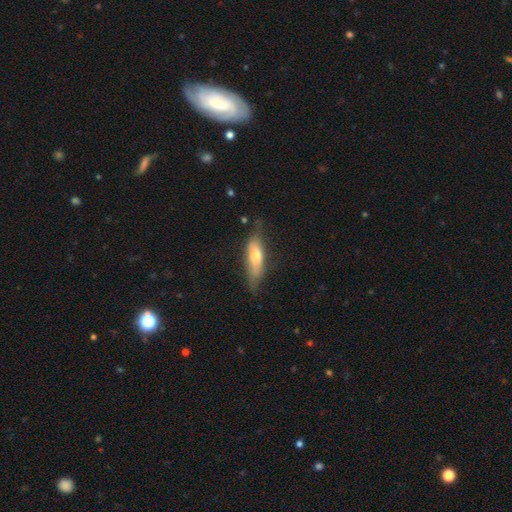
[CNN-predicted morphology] A smooth galaxy with no disk features (57%) that is cigar-shaped (52%). Merging: none (62%).